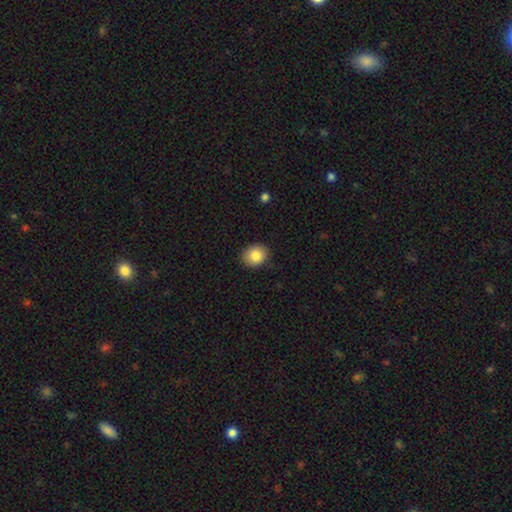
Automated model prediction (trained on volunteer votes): Smooth or featured: smooth — 83% (star or artifact — 9%)
How rounded: round — 60% (in between — 39%)
Merging: none — 88% (minor disturbance — 9%)